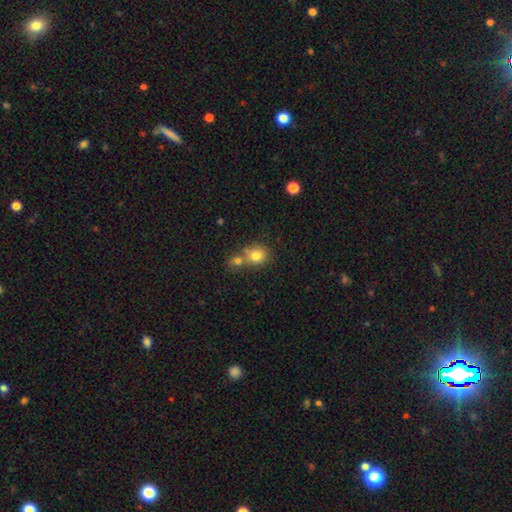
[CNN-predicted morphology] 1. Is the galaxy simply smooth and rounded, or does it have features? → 79% smooth, 11% star or artifact, 10% featured or disk.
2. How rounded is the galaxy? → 78% round, 21% in between, 1% cigar-shaped.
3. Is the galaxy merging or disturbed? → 47% merger, 41% none, 9% minor disturbance, 3% major disturbance.